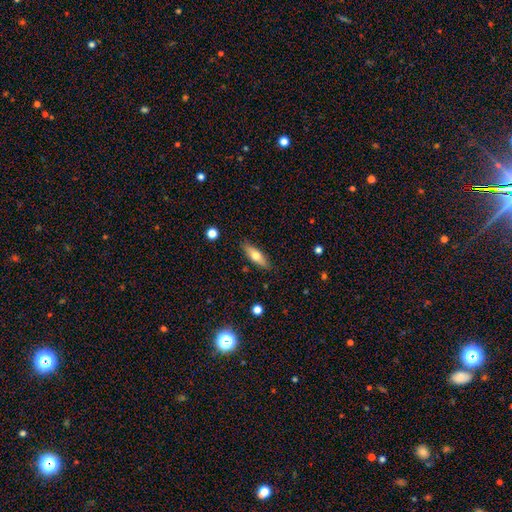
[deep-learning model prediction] The model was most divided on "how rounded" (2-way tie): cigar-shaped: 49%, in between: 49%, round: 3%. More confident: merging — none (87%); smooth or featured — smooth (62%).